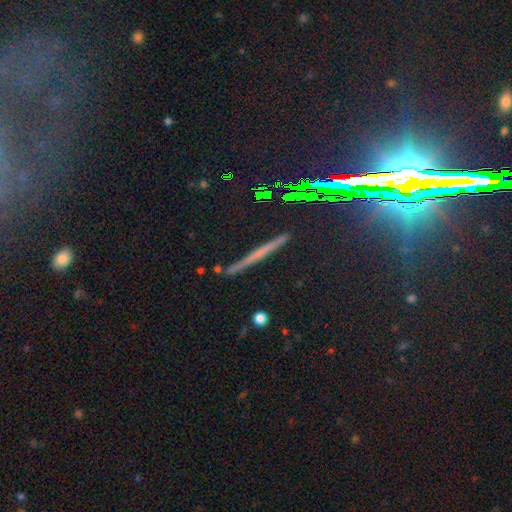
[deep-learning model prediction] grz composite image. It shows a featured or disk galaxy (46%). Merging: none (85%).